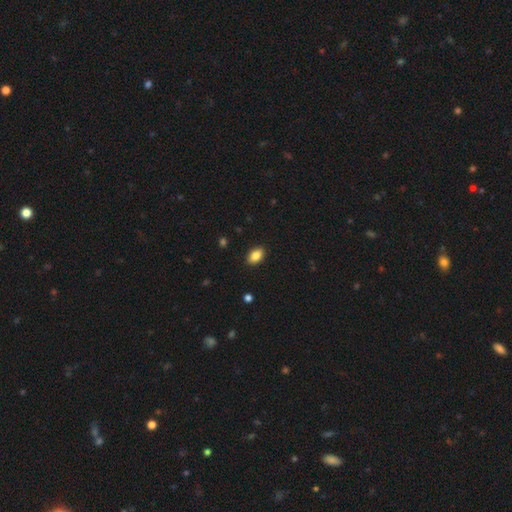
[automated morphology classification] smooth_or_featured: smooth (p=0.86) [alt: star or artifact p=0.08]
how_rounded: in between (p=0.88) [alt: round p=0.10]
merging: none (p=0.89) [alt: minor disturbance p=0.08]